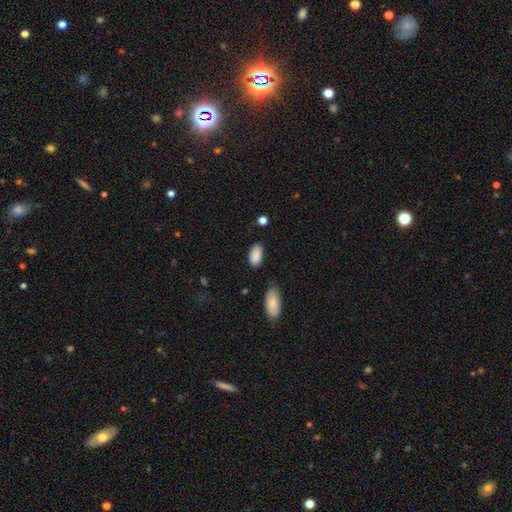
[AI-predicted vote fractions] This appears to be a smooth galaxy with no disk features (89%) that is in between round and cigar-shaped (94%). Merging: none (78%).